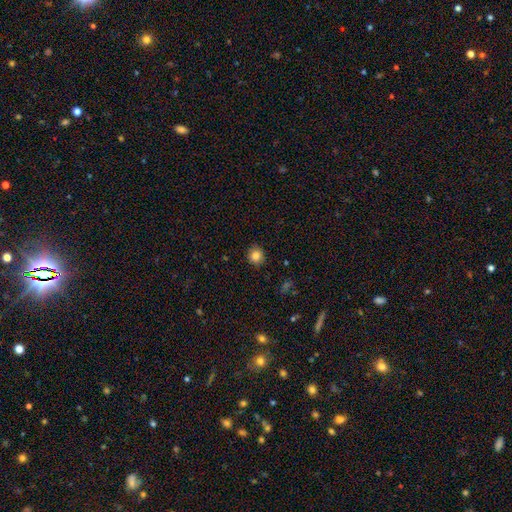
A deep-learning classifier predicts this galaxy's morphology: This appears to be a smooth galaxy with no disk features (84%) that is round (90%). Merging: none (90%).